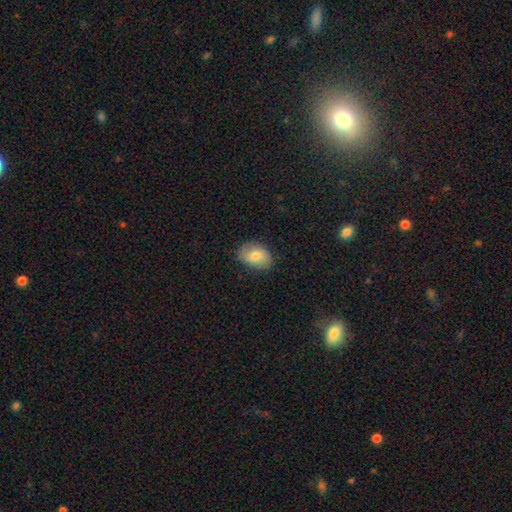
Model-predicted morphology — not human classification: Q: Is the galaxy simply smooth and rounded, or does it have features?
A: smooth — 74%.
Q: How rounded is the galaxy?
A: in between — 81%.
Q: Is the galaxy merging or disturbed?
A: none — 84%.